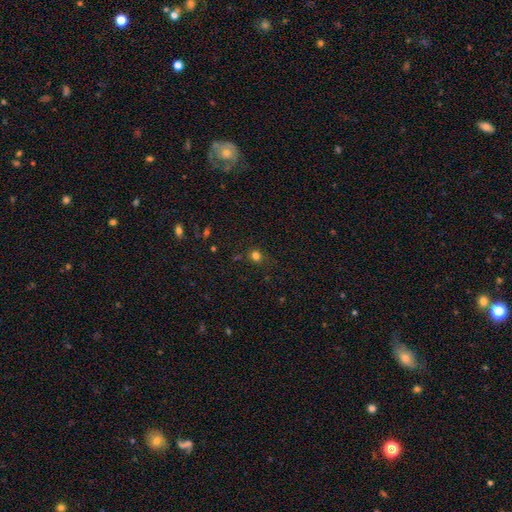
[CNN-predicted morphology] This is likely a smooth galaxy (75%). How rounded: clearly round (84%). Merging: likely none (77%).